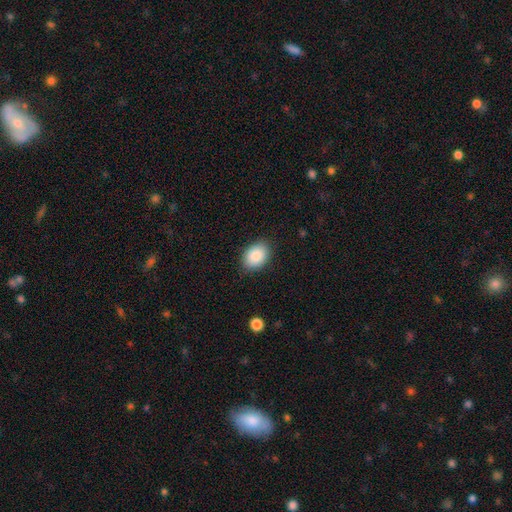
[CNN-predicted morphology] The model was most divided on "how rounded": in between: 80%, round: 19%, cigar-shaped: 1%. More confident: smooth or featured — smooth (88%); merging — none (85%).